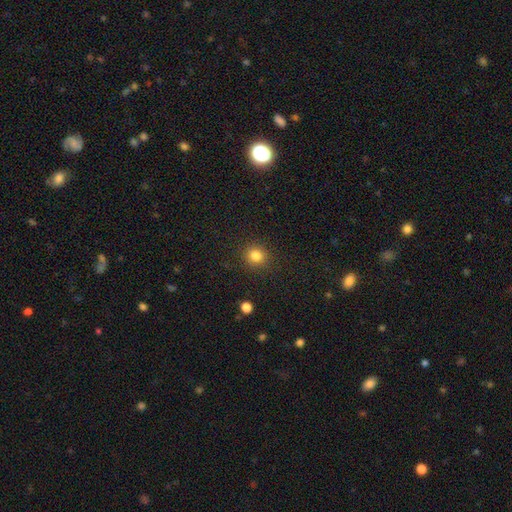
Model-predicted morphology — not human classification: smooth-or-featured: smooth: 83% | star or artifact: 12% | featured or disk: 5%
  how-rounded: round: 90% | in between: 9% | cigar-shaped: 1%
  merging: none: 90% | minor disturbance: 6% | major disturbance: 2% | merger: 1%